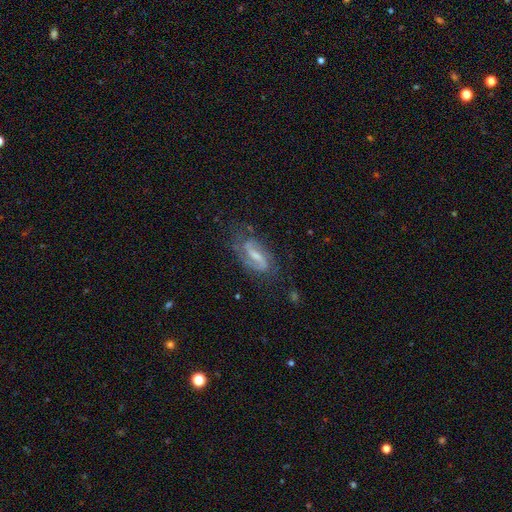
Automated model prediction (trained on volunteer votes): Smooth or featured?
  - featured or disk: 82% *
  - smooth: 11%
  - star or artifact: 7%
Edge-on disk?
  - no: 95% *
  - yes: 5%
Bar?
  - weak: 44% *
  - strong: 41%
  - no: 15%
Spiral arms?
  - yes: 94% *
  - no: 6%
Spiral winding?
  - medium: 45% *
  - loose: 37%
  - tight: 18%
Spiral arm count?
  - 2: 88% *
  - can't tell: 5%
  - 1: 4%
  - 3: 1%
  - 4: 1%
  - more than 4: 1%
Bulge size?
  - small: 49% *
  - moderate: 30%
  - none: 17%
  - large: 3%
  - dominant: 1%
Merging?
  - none: 70% *
  - minor disturbance: 20%
  - major disturbance: 9%
  - merger: 2%